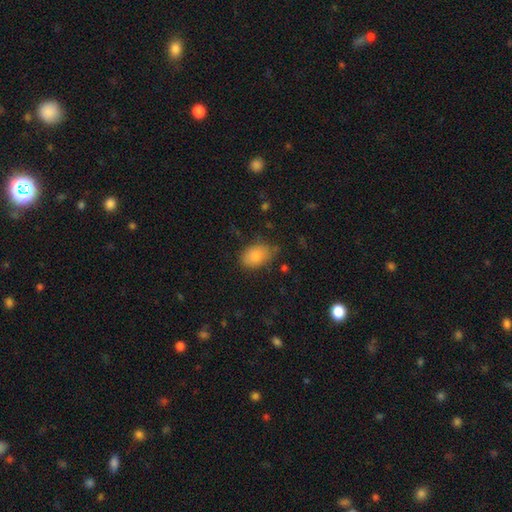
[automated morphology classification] Overall: smooth (83%). How rounded: in between (83%). Merging: none (69%).